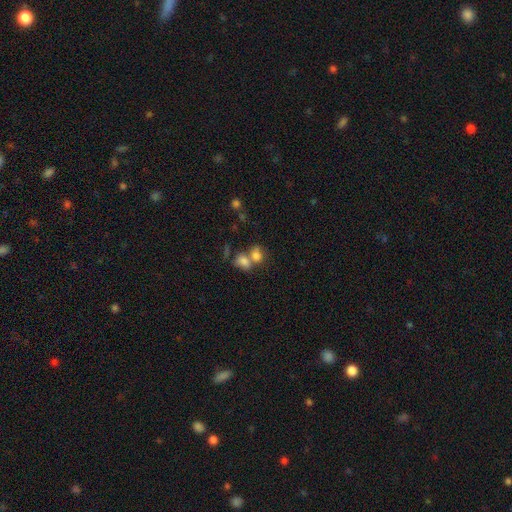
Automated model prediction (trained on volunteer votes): Morphology: type=smooth (77%); roundness=in between (65%); merging=merger (58%).